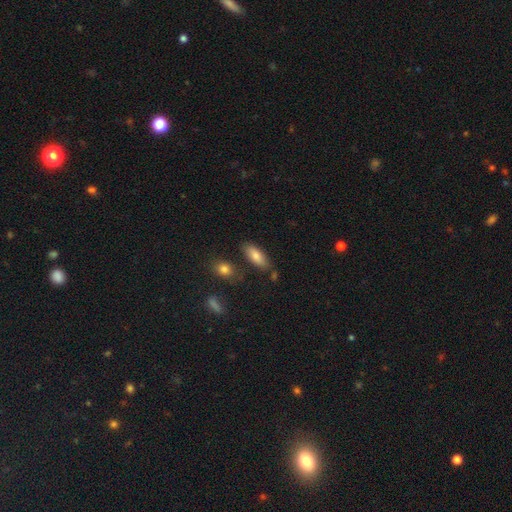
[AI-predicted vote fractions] smooth 78%, featured or disk 15%, star or artifact 7%. Down the decision tree: how rounded — in between (75%); merging — none (78%).